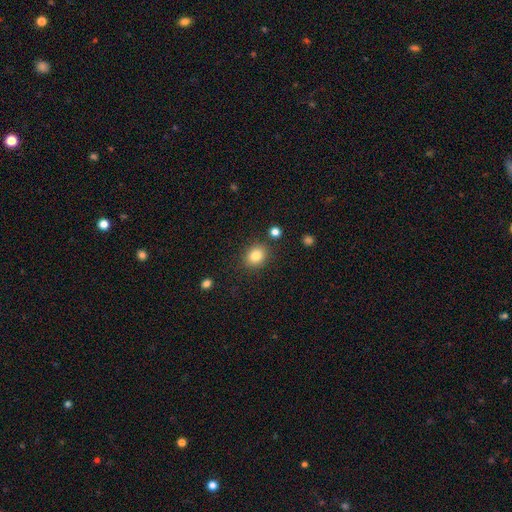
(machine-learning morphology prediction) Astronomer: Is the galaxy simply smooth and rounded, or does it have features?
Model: smooth — 83%.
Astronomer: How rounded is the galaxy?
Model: round — 61% (runner-up: in between, 38%).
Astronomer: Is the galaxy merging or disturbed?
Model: none — 85%.